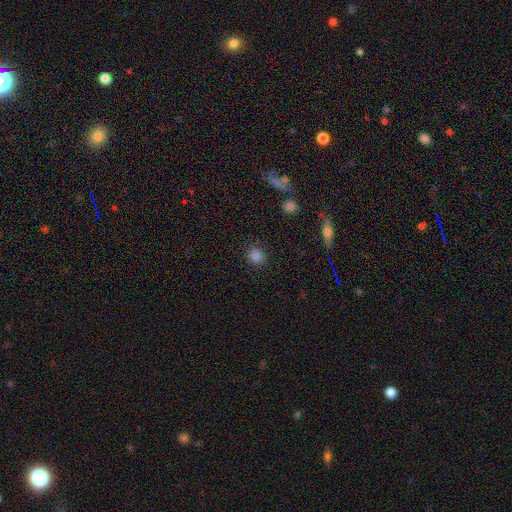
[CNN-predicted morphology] This is clearly a smooth galaxy (82%). How rounded: likely round (79%). Merging: clearly none (87%).